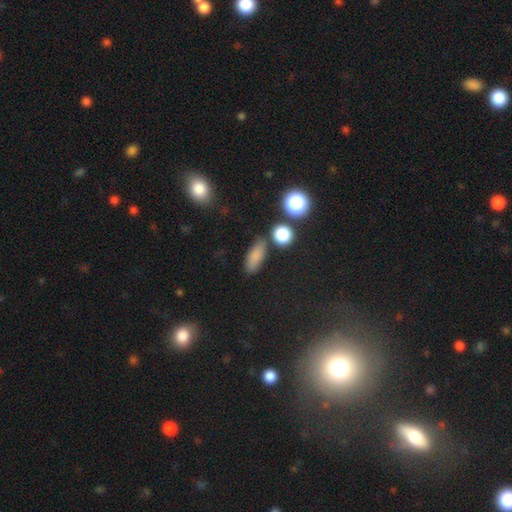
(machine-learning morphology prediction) A smooth galaxy with no disk features (80%) that is in between round and cigar-shaped (67%). Merging: none (79%).